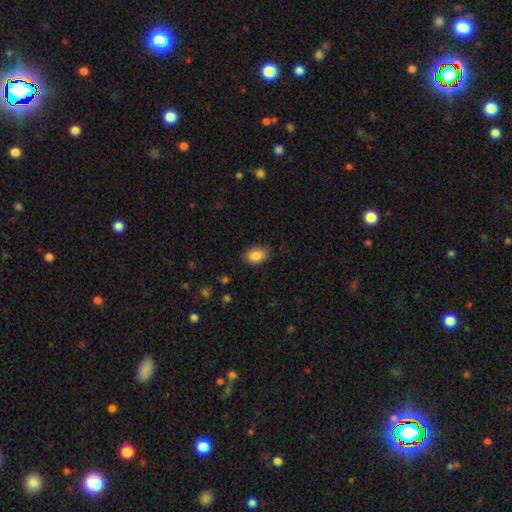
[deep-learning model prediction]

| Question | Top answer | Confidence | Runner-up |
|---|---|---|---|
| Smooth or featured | smooth | 87% | star or artifact (8%) |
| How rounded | in between | 86% | round (13%) |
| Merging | none | 83% | minor disturbance (13%) |